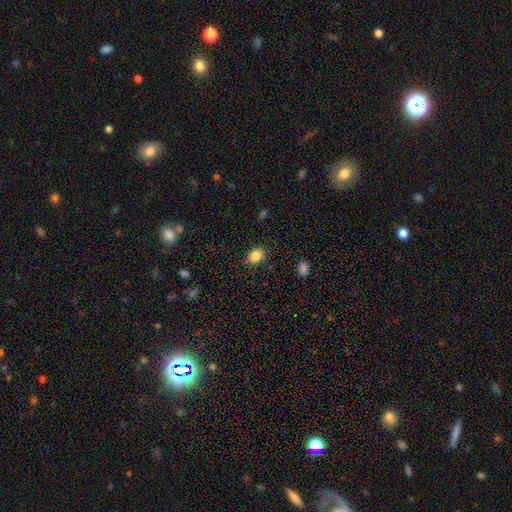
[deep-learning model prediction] Morphology: type=smooth (85%); roundness=in between (53%); merging=none (82%).